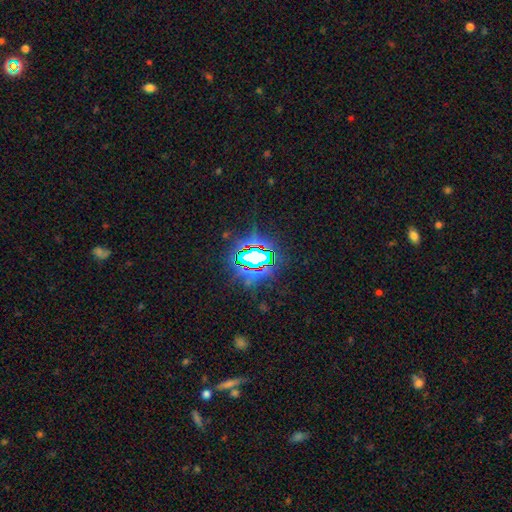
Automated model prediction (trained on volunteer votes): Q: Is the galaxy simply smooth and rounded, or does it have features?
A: star or artifact — 75%.